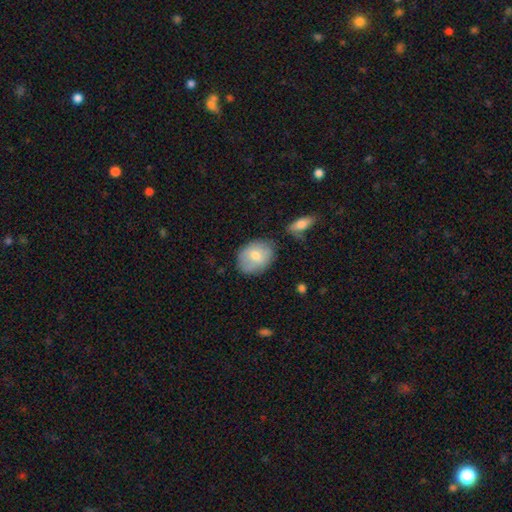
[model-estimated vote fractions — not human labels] Smooth or featured? smooth (72%)
How rounded? in between (60%)
Merging? none (70%)